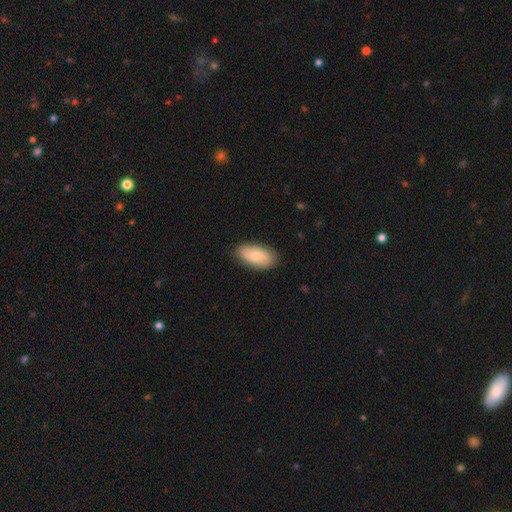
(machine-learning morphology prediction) This is likely a smooth galaxy (69%). How rounded: clearly in between (93%). Merging: clearly none (86%).